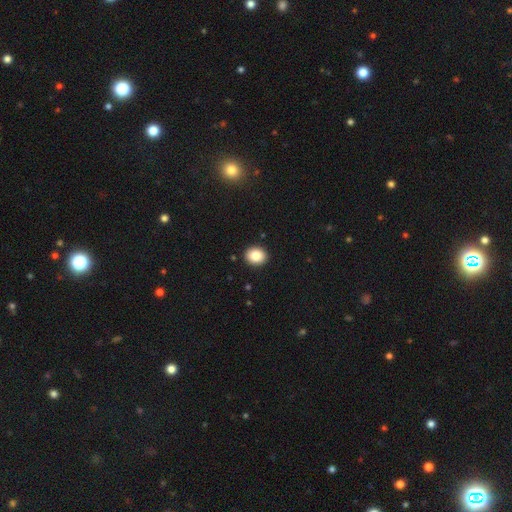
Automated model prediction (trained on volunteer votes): Smooth or featured? smooth (85%)
How rounded? round (63%)
Merging? none (91%)